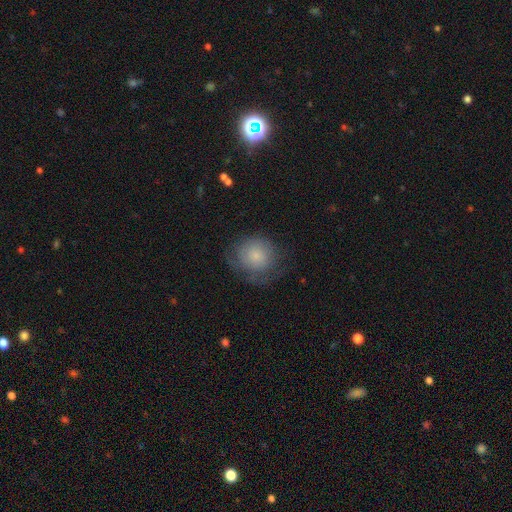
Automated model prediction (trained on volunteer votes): smooth-or-featured: smooth: 65% | featured or disk: 26% | star or artifact: 9%
  how-rounded: round: 85% | in between: 14% | cigar-shaped: 1%
  merging: none: 60% | minor disturbance: 24% | major disturbance: 15% | merger: 1%